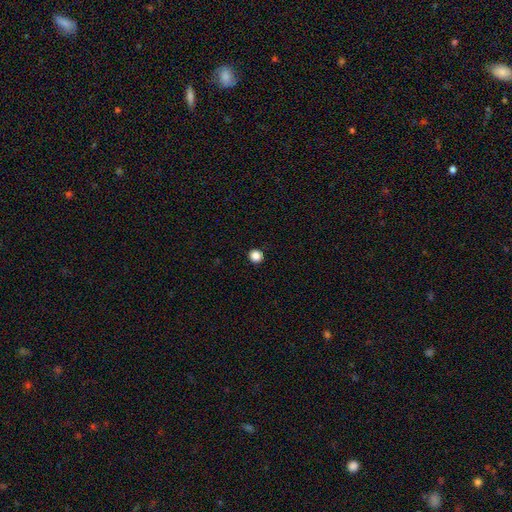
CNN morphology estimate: A smooth galaxy with no disk features (86%) that is round (95%). Merging: none (94%).